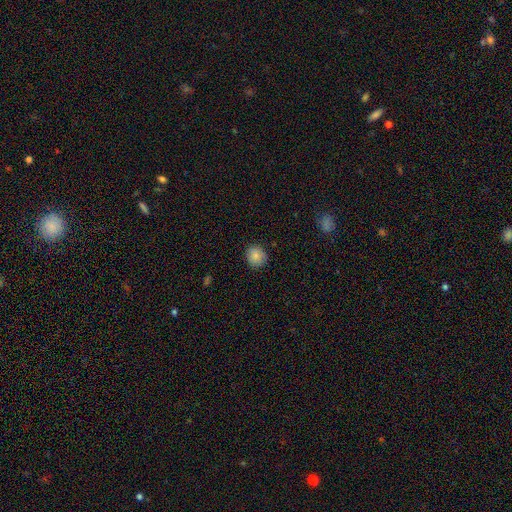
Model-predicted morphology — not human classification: Overall: smooth (85%). How rounded: round (86%). Merging: none (86%).